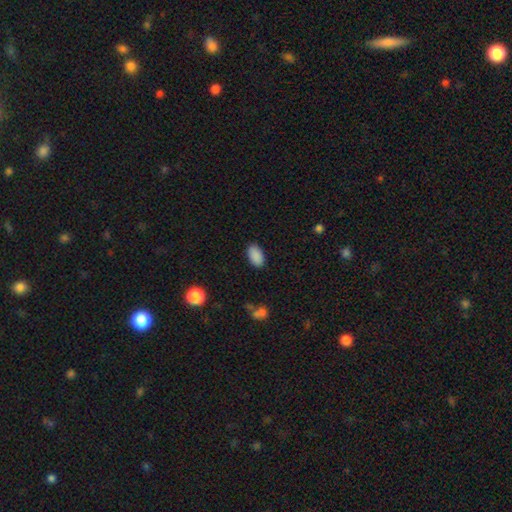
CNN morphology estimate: Q: Smooth or featured?
A: smooth (89%); runner-up: star or artifact (8%)
Q: How rounded?
A: in between (94%); runner-up: round (5%)
Q: Merging?
A: none (87%); runner-up: minor disturbance (9%)